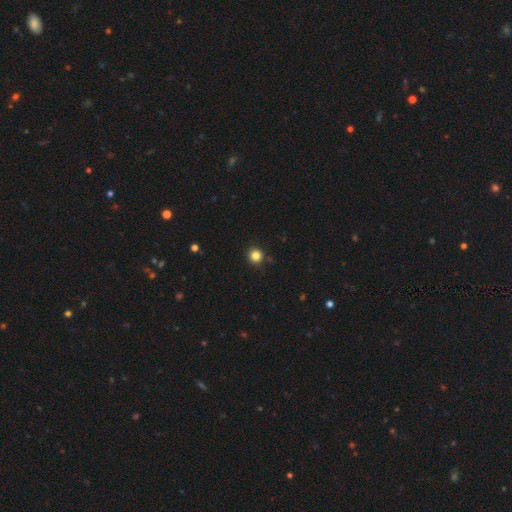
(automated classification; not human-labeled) Smooth or featured: smooth — 83% (star or artifact — 13%)
How rounded: round — 94% (in between — 5%)
Merging: none — 90% (minor disturbance — 6%)